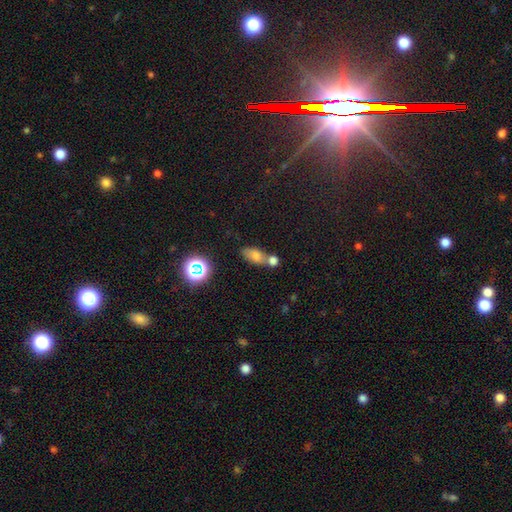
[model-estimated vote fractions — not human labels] Smooth or featured? Predicted: smooth (p=0.71). How rounded? Predicted: in between (p=0.81). Merging? Predicted: merger (p=0.42).